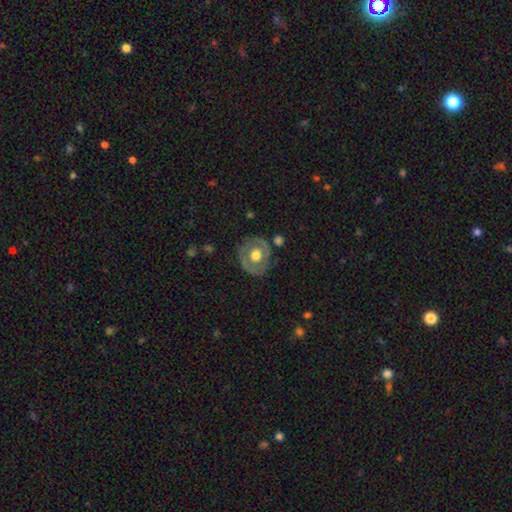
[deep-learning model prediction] smooth_or_featured: featured or disk (p=0.54) [alt: smooth p=0.40]
disk_edge_on: no (p=0.95) [alt: yes p=0.05]
bar: no (p=0.84) [alt: weak p=0.13]
has_spiral_arms: no (p=0.73) [alt: yes p=0.27]
bulge_size: moderate (p=0.51) [alt: large p=0.43]
merging: none (p=0.78) [alt: minor disturbance p=0.14]